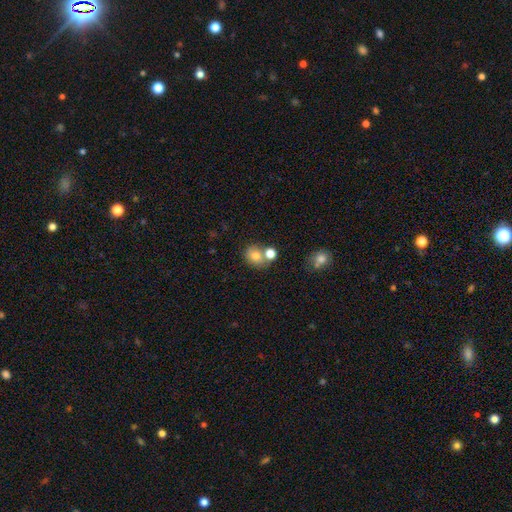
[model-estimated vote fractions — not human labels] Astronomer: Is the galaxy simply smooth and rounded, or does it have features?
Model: smooth — 77%.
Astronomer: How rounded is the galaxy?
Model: round — 61% (runner-up: in between, 38%).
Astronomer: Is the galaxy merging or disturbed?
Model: none — 51% (runner-up: merger, 33%).